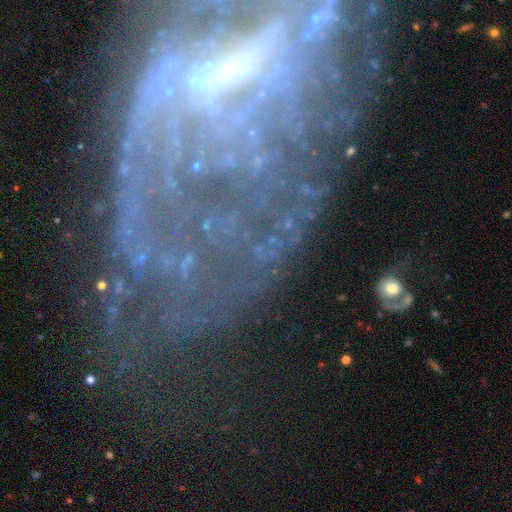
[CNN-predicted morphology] This appears to be a featured or disk galaxy (69%) with no bar (46%), spiral arms (63%) and a small central bulge (46%). Merging: none (53%).